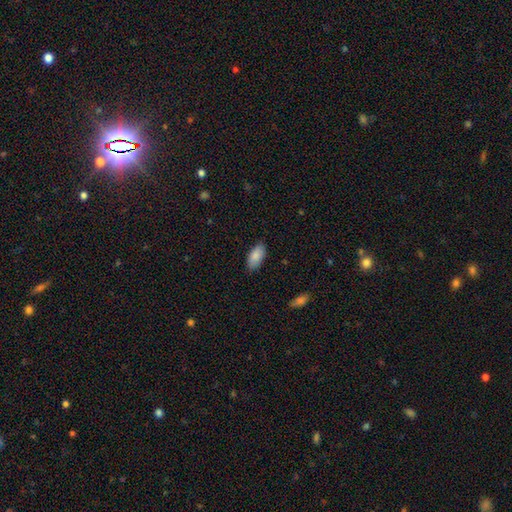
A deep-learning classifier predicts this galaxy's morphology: Smooth or featured? Predicted: smooth (p=0.87). How rounded? Predicted: in between (p=0.92). Merging? Predicted: none (p=0.85).